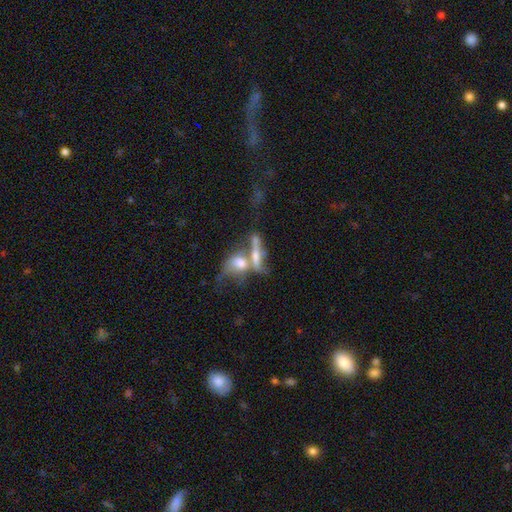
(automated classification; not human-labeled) Smooth or featured? Predicted: featured or disk (p=0.49). Merging? Predicted: merger (p=0.61).